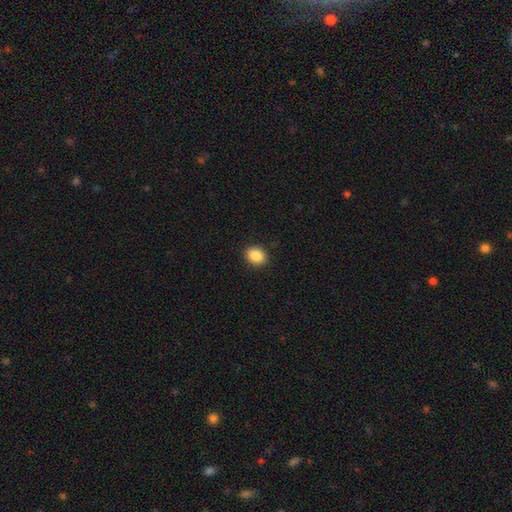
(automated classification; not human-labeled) smooth_or_featured: smooth (p=0.89) [alt: star or artifact p=0.08]
how_rounded: in between (p=0.63) [alt: round p=0.36]
merging: none (p=0.90) [alt: minor disturbance p=0.07]